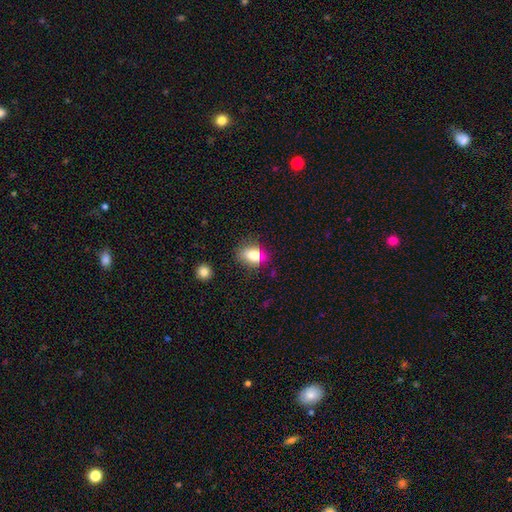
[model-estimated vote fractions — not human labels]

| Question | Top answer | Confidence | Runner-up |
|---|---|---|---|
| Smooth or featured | smooth | 78% | star or artifact (13%) |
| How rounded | in between | 66% | round (31%) |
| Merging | none | 71% | minor disturbance (19%) |